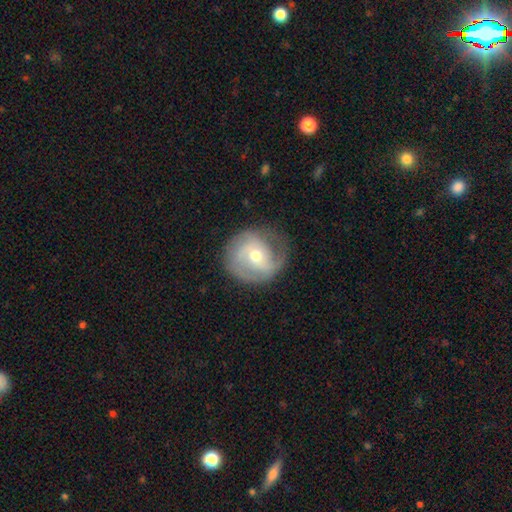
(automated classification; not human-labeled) A featured or disk galaxy (72%) with no bar (53%), 2 (52%) tight (42%) spiral arms (89%) and a moderate central bulge (62%). Merging: none (69%).